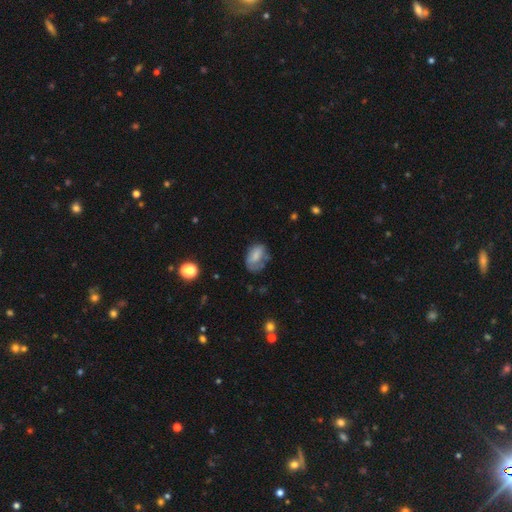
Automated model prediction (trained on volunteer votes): Smooth or featured: smooth — 66% (featured or disk — 25%)
How rounded: in between — 84% (round — 14%)
Merging: none — 45% (minor disturbance — 32%)